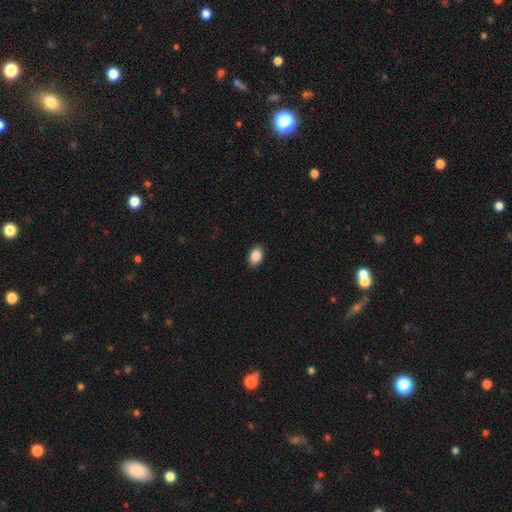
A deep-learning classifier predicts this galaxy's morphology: This appears to be a smooth galaxy with no disk features (87%) that is in between round and cigar-shaped (78%). Merging: none (89%).